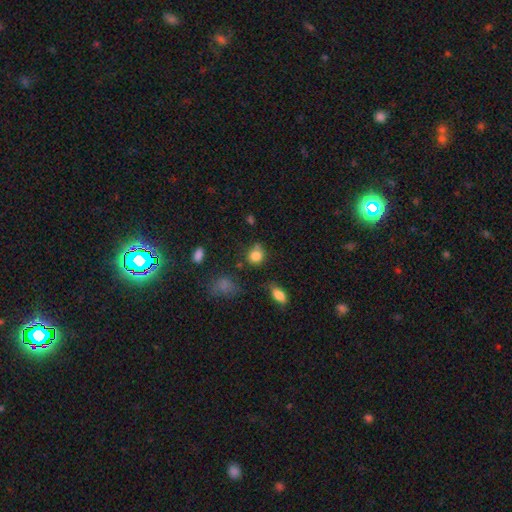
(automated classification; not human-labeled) This is clearly a smooth galaxy (82%). How rounded: likely round (75%). Merging: likely none (61%).